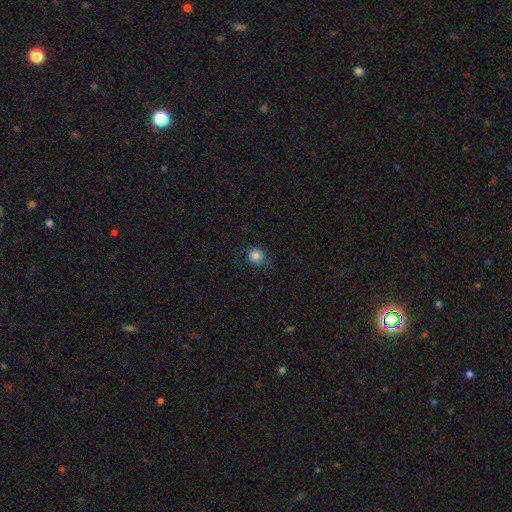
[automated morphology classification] Smooth or featured?
  - smooth: 80% *
  - star or artifact: 11%
  - featured or disk: 9%
How rounded?
  - round: 79% *
  - in between: 20%
  - cigar-shaped: 1%
Merging?
  - none: 64% *
  - minor disturbance: 23%
  - major disturbance: 12%
  - merger: 1%